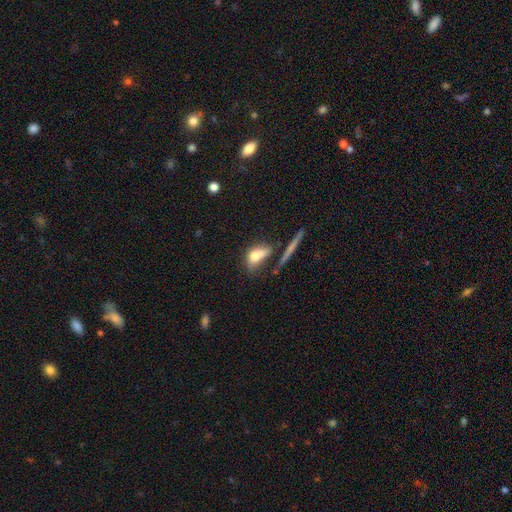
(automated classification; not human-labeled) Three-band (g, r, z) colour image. It shows a smooth galaxy with no disk features (66%) that is in between round and cigar-shaped (68%). Merging: merger (30%, tied with none).